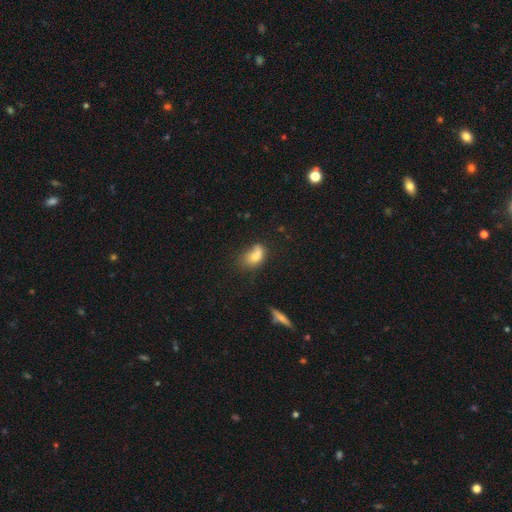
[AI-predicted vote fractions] Smooth or featured? smooth (72%)
How rounded? in between (80%)
Merging? none (32%)